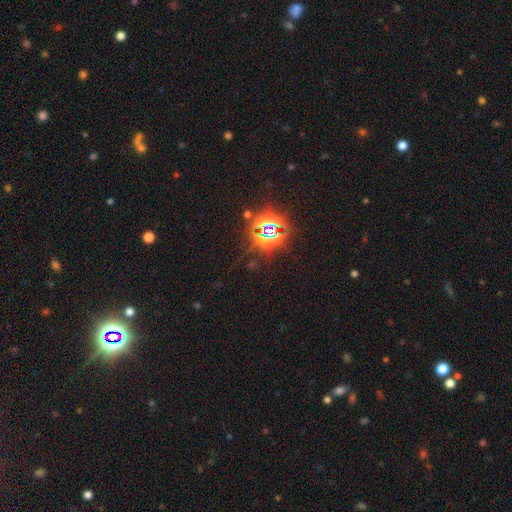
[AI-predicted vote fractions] A star or artifact, not a galaxy (82%).

Vote fractions:
- Smooth or featured? star or artifact: 82% / smooth: 12% / featured or disk: 6%